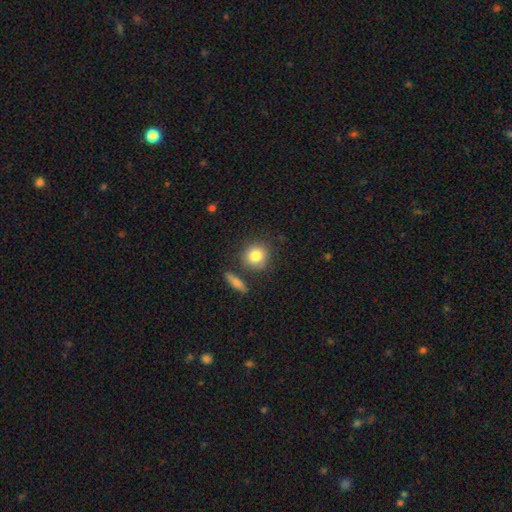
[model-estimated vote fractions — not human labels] Overall: smooth (82%). How rounded: round (88%). Merging: none (78%).